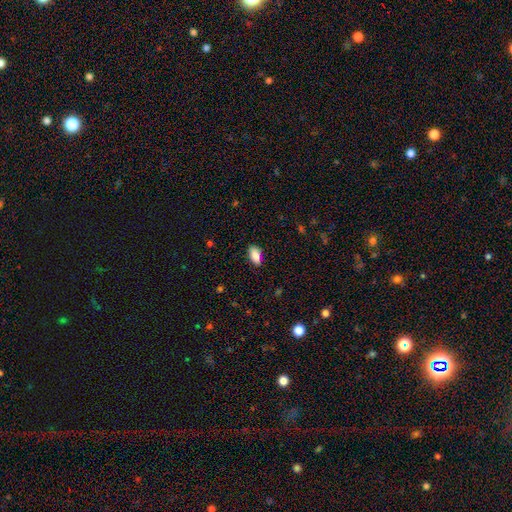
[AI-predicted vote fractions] smooth-or-featured: smooth: 88% | star or artifact: 8% | featured or disk: 5%
  how-rounded: in between: 91% | cigar-shaped: 6% | round: 3%
  merging: none: 82% | minor disturbance: 14% | major disturbance: 3% | merger: 1%